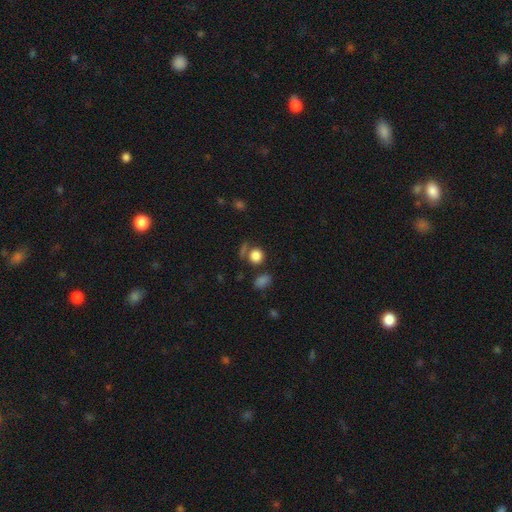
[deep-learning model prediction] smooth_or_featured: smooth (p=0.82) [alt: star or artifact p=0.13]
how_rounded: round (p=0.79) [alt: in between p=0.20]
merging: none (p=0.67) [alt: merger p=0.15]